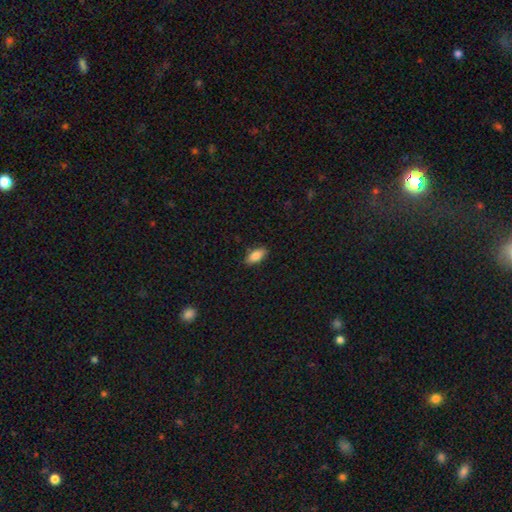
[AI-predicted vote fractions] This appears to be a smooth galaxy with no disk features (85%) that is in between round and cigar-shaped (88%). Merging: none (86%).